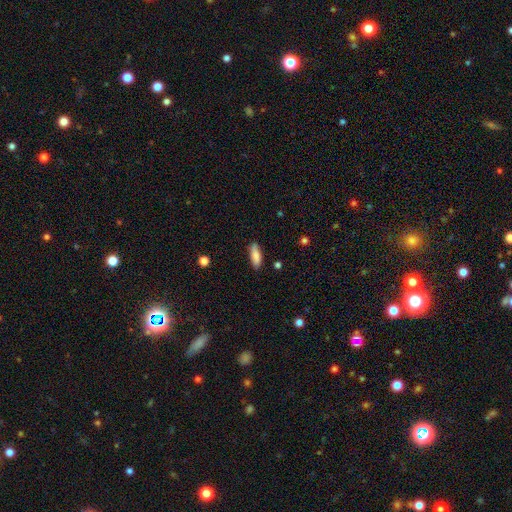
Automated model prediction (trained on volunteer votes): Overall: smooth (84%). How rounded: in between (60%; cigar-shaped 38%). Merging: none (84%).